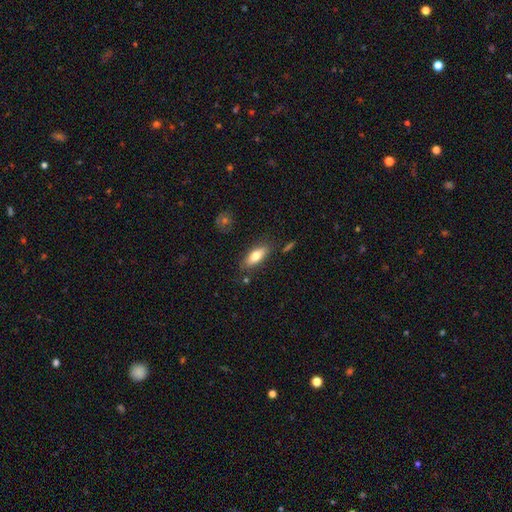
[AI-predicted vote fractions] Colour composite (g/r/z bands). It shows a smooth galaxy with no disk features (73%) that is in between round and cigar-shaped (72%). Merging: none (80%).